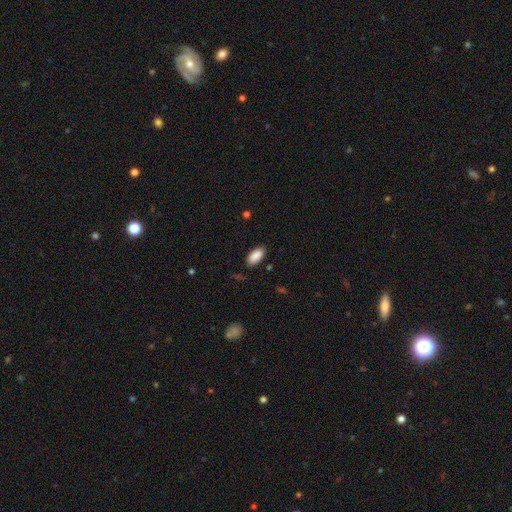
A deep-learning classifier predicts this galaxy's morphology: A smooth galaxy with no disk features (89%) that is in between round and cigar-shaped (92%). Merging: none (86%).